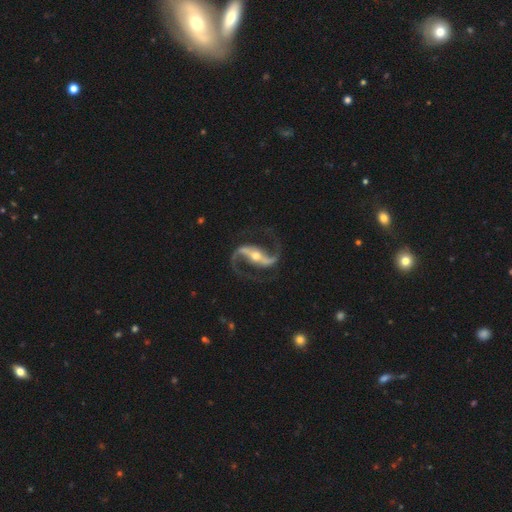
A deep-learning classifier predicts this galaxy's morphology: A featured or disk galaxy (94%) with a strong bar (65%), 2 (95%) loose (48%) spiral arms (98%) and a moderate central bulge (53%).

Vote fractions:
- Smooth or featured? featured or disk: 94% / star or artifact: 4% / smooth: 2%
- Edge-on disk? no: 96% / yes: 4%
- Bar? strong: 65% / weak: 21% / no: 14%
- Spiral arms? yes: 98% / no: 2%
- Spiral winding? loose: 48% / medium: 43% / tight: 8%
- Spiral arm count? 2: 95% / 1: 1% / can't tell: 1% / 3: 1% / 4: 1% / more than 4: 1%
- Bulge size? moderate: 53% / small: 42% / large: 3% / none: 1% / dominant: 1%
- Merging? none: 82% / minor disturbance: 10% / major disturbance: 6% / merger: 2%